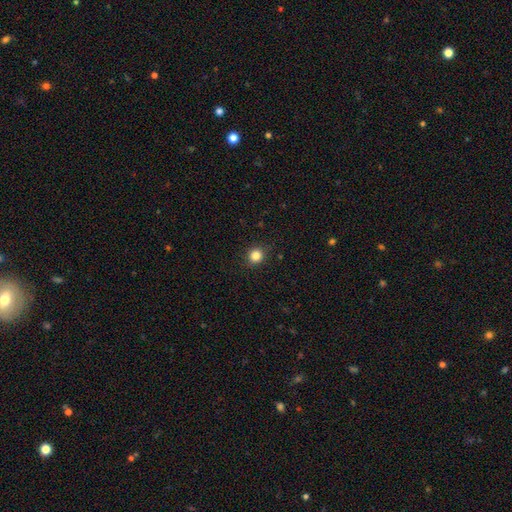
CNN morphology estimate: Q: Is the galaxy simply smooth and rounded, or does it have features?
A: smooth — 84%.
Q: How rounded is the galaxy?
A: round — 87%.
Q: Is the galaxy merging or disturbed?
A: none — 90%.